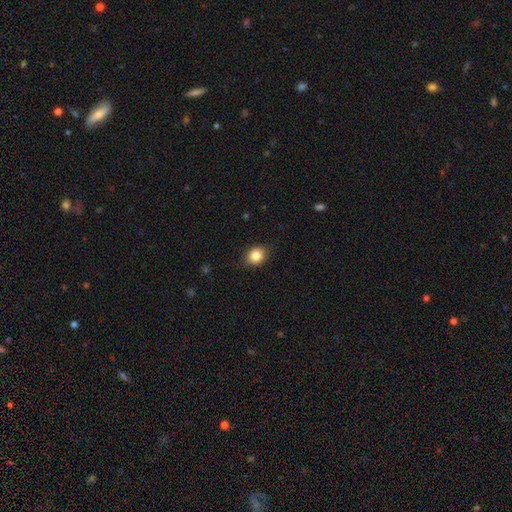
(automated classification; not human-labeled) Smooth or featured?
  - smooth: 84% *
  - star or artifact: 10%
  - featured or disk: 7%
How rounded?
  - round: 63% *
  - in between: 36%
  - cigar-shaped: 1%
Merging?
  - none: 83% *
  - minor disturbance: 13%
  - major disturbance: 3%
  - merger: 1%